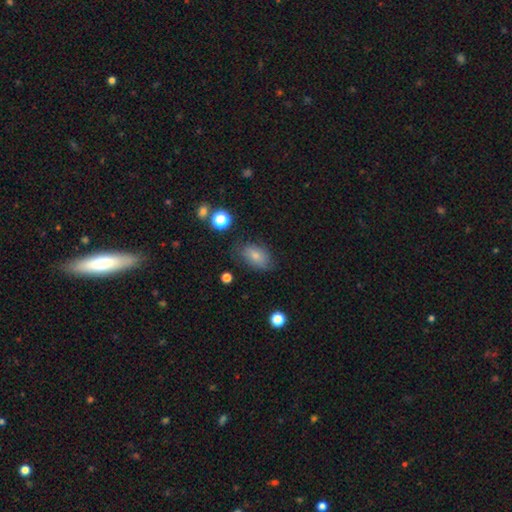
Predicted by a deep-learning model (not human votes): The model was most divided on "merging": none: 67%, minor disturbance: 24%, major disturbance: 7%, merger: 2%. More confident: how rounded — in between (87%); smooth or featured — smooth (74%).